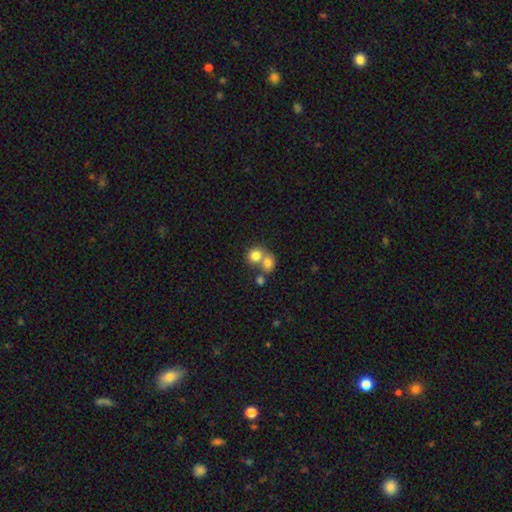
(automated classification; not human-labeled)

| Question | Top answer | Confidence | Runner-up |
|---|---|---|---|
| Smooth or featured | smooth | 77% | featured or disk (12%) |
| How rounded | round | 78% | in between (21%) |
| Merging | merger | 55% | none (36%) |